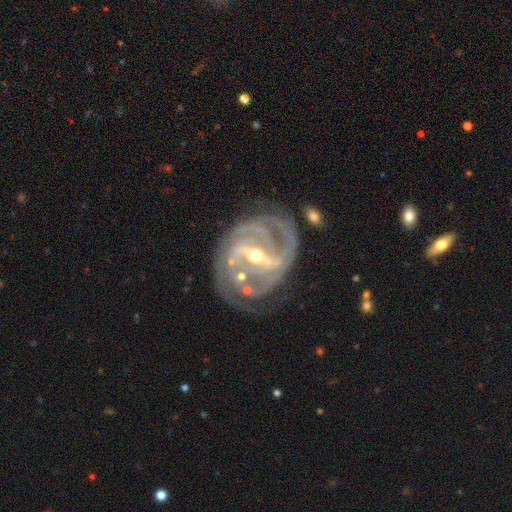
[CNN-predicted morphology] smooth-or-featured: featured or disk: 92% | star or artifact: 5% | smooth: 3%
  disk-edge-on: no: 96% | yes: 4%
    bar: strong: 72% | weak: 22% | no: 6%
    has-spiral-arms: yes: 97% | no: 3%
      spiral-winding: tight: 57% | medium: 35% | loose: 8%
      spiral-arm-count: 2: 39% | 3: 26% | can't tell: 14% | 4: 12% | more than 4: 5% | 1: 5%
    bulge-size: small: 48% (tied) | moderate: 48% (tied) | large: 2% | none: 1% | dominant: 1%
  merging: none: 65% | minor disturbance: 19% | major disturbance: 12% | merger: 4%